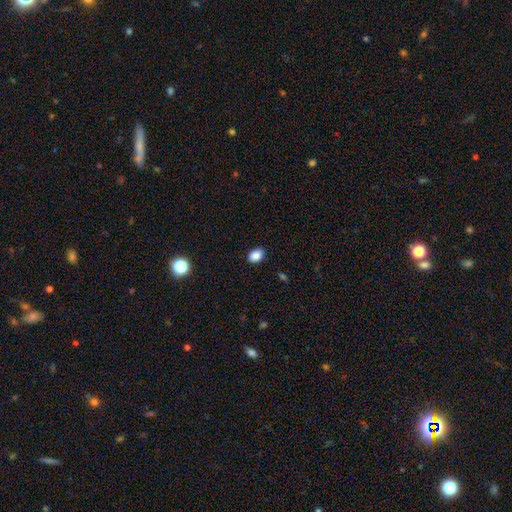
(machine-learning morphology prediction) smooth 86%, star or artifact 9%, featured or disk 5%. Down the decision tree: how rounded — in between (73%); merging — none (88%).